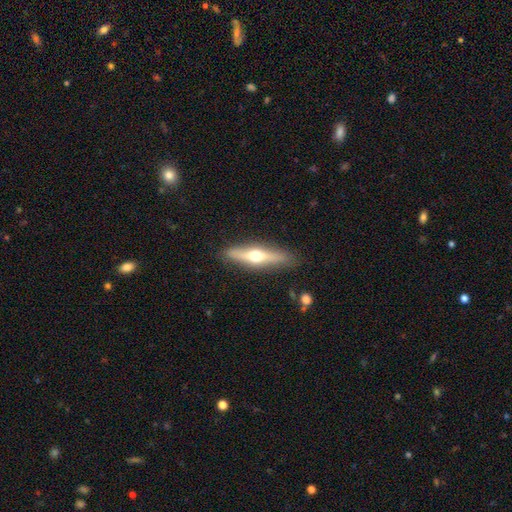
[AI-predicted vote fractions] Smooth or featured? featured or disk (61%)
Edge-on disk? yes (93%)
Edge-on bulge? rounded (94%)
Merging? none (87%)